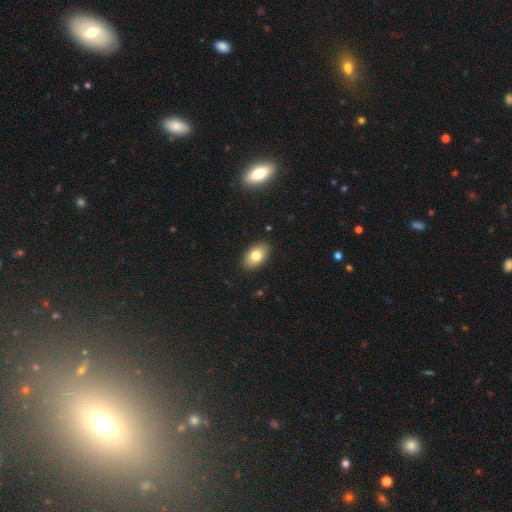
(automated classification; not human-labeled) Overall: smooth (78%). How rounded: in between (90%). Merging: none (88%).